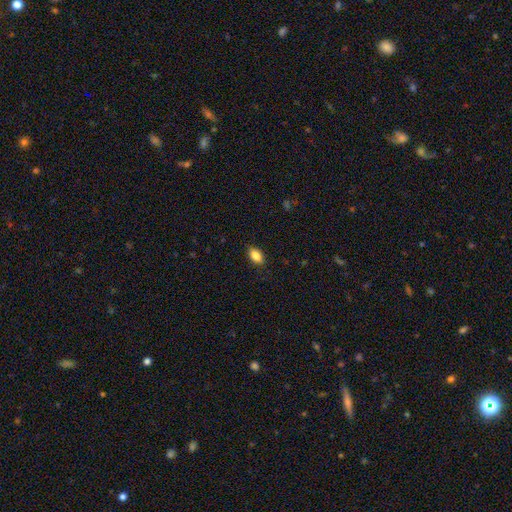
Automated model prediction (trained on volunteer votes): A smooth galaxy with no disk features (86%) that is in between round and cigar-shaped (89%).

Vote fractions:
- Smooth or featured? smooth: 86% / star or artifact: 8% / featured or disk: 6%
- How rounded? in between: 89% / round: 8% / cigar-shaped: 3%
- Merging? none: 87% / minor disturbance: 10% / major disturbance: 2% / merger: 1%